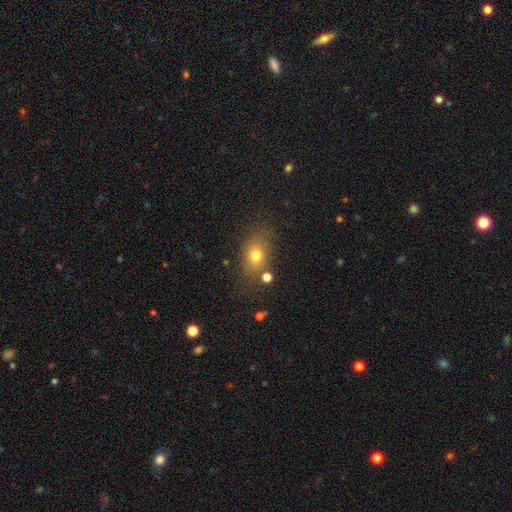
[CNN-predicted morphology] Smooth or featured: smooth — 73% (star or artifact — 14%)
How rounded: in between — 64% (round — 34%)
Merging: none — 73% (minor disturbance — 15%)